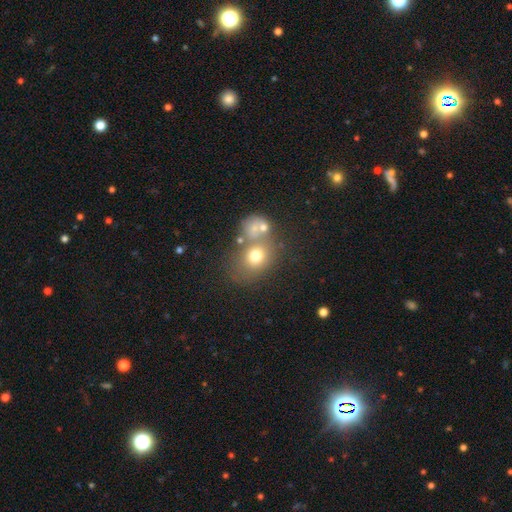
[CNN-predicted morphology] The model was most divided on "merging": none: 47%, merger: 32%, minor disturbance: 13%, major disturbance: 8%. More confident: smooth or featured — smooth (69%); how rounded — round (60%).